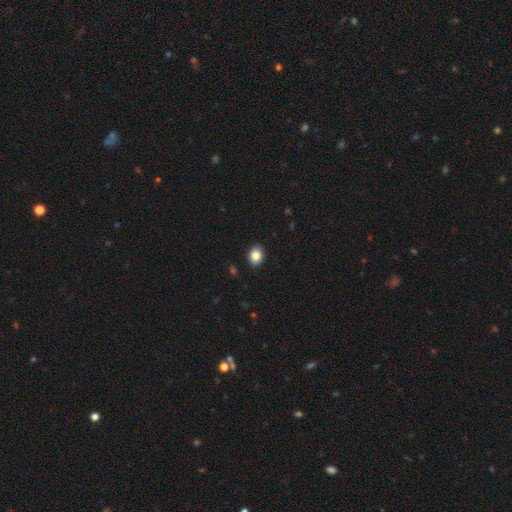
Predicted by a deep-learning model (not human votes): A smooth galaxy with no disk features (84%) that is in between round and cigar-shaped (58%). Merging: none (91%).